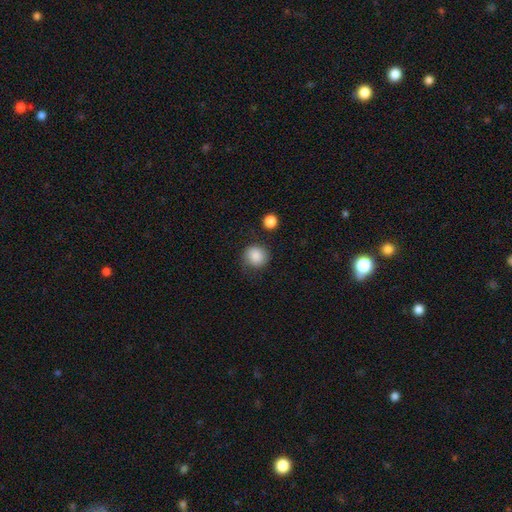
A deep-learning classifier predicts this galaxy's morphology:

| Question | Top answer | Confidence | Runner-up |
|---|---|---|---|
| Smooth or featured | smooth | 86% | star or artifact (9%) |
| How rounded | round | 88% | in between (11%) |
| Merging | none | 75% | minor disturbance (16%) |